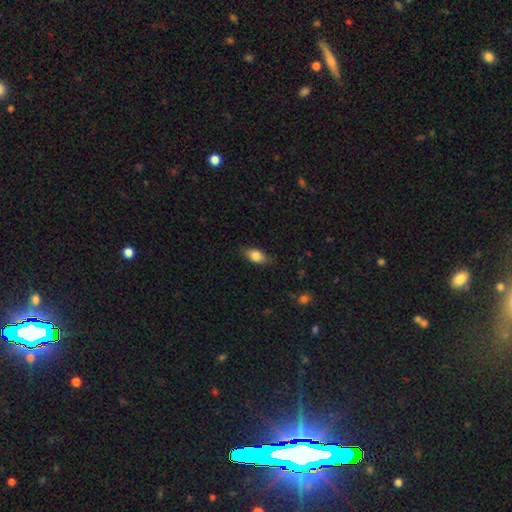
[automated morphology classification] This appears to be a smooth galaxy with no disk features (83%) that is in between round and cigar-shaped (88%). Merging: none (81%).